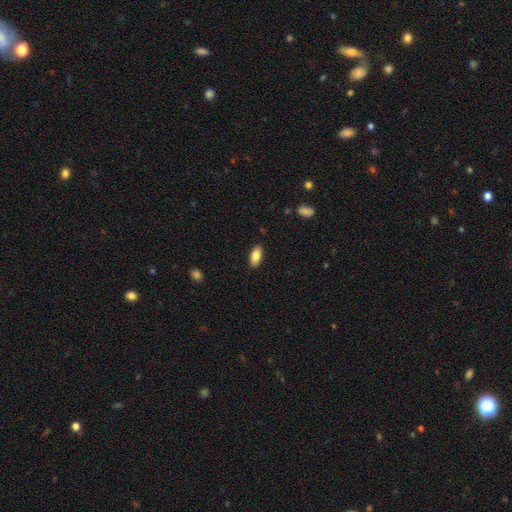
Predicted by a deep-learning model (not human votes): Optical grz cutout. It shows a smooth galaxy with no disk features (83%) that is in between round and cigar-shaped (87%). Merging: none (88%).